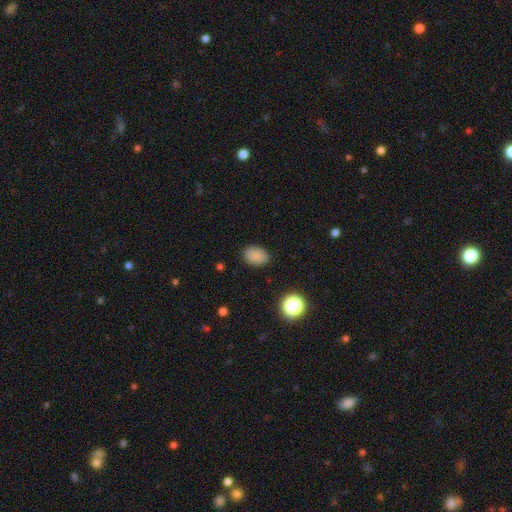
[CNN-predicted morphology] Smooth or featured: smooth — 84% (star or artifact — 12%)
How rounded: in between — 80% (round — 19%)
Merging: none — 85% (minor disturbance — 11%)